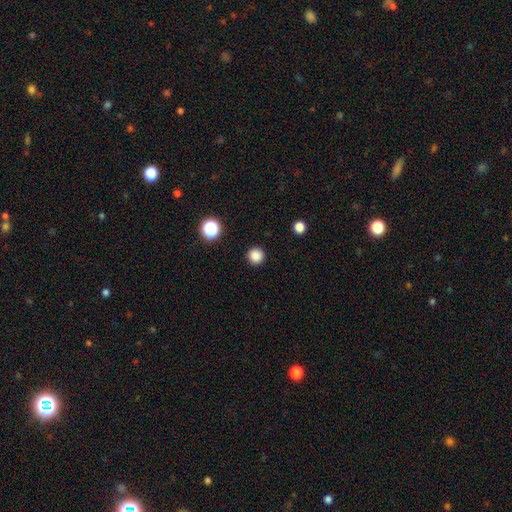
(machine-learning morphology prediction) Overall: smooth (85%). How rounded: round (96%). Merging: none (93%).